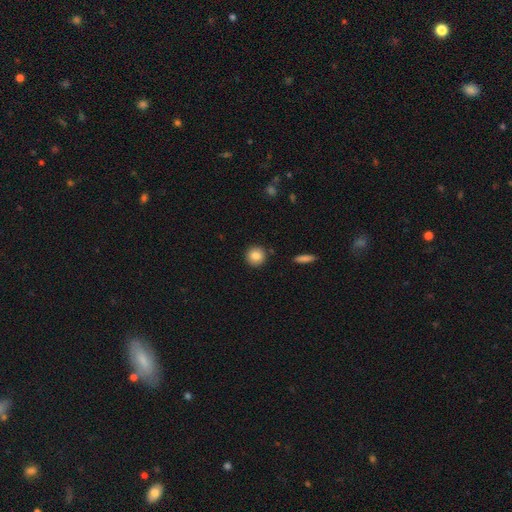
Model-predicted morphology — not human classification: smooth-or-featured: smooth: 85% | star or artifact: 8% | featured or disk: 7%
  how-rounded: round: 91% | in between: 8% | cigar-shaped: 1%
  merging: none: 89% | minor disturbance: 7% | merger: 2% | major disturbance: 2%